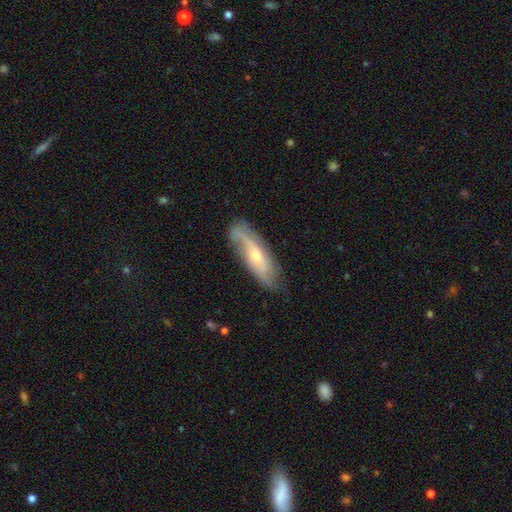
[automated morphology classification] A featured or disk galaxy (67%) with no bar (62%), spiral arms (84%) and a small central bulge (56%). Merging: none (67%).